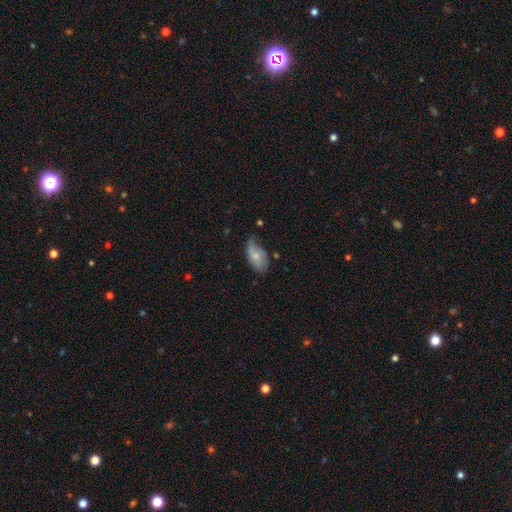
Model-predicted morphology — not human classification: smooth 63%, featured or disk 30%, star or artifact 7%. Down the decision tree: how rounded — in between (93%); merging — none (54%).